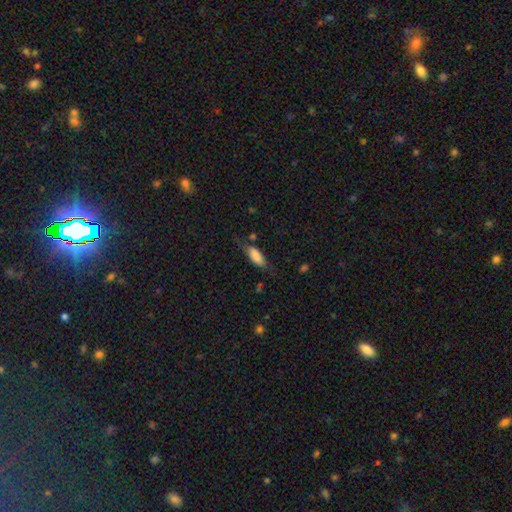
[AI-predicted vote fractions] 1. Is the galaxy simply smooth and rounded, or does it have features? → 78% smooth, 15% featured or disk, 7% star or artifact.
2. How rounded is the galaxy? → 72% in between, 26% cigar-shaped, 2% round.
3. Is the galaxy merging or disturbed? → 59% none, 28% minor disturbance, 11% major disturbance, 3% merger.